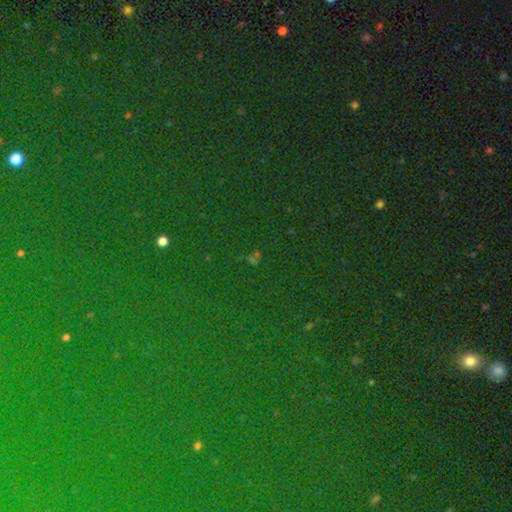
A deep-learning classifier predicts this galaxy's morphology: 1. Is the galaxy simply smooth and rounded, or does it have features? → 81% star or artifact, 11% smooth, 8% featured or disk.